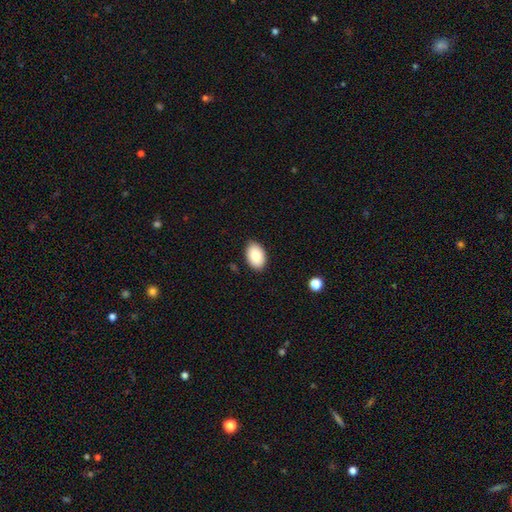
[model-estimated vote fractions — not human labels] smooth 85%, featured or disk 8%, star or artifact 7%. Down the decision tree: how rounded — in between (88%); merging — none (87%).